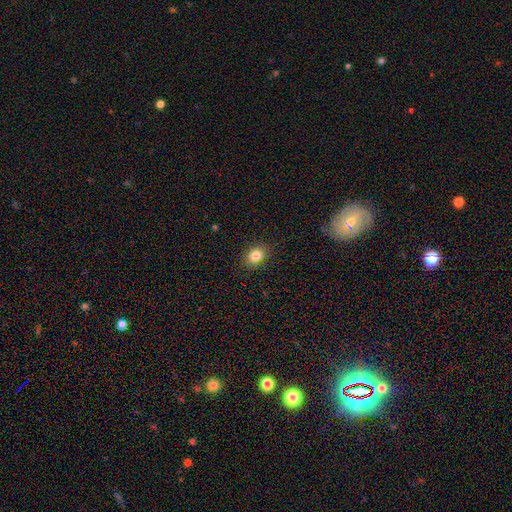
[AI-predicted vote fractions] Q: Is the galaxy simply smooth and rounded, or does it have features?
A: smooth — 84%.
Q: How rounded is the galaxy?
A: in between — 56%.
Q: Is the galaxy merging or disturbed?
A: none — 86%.